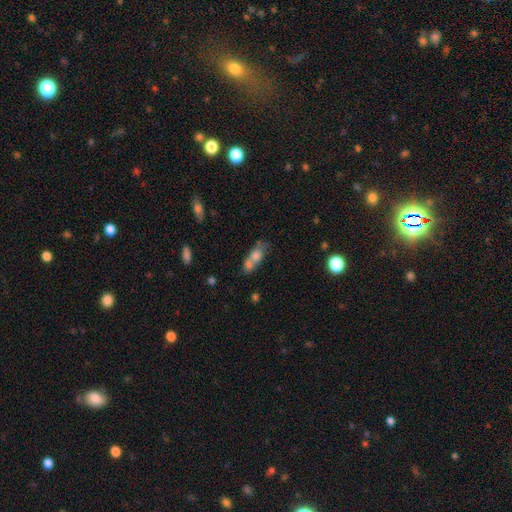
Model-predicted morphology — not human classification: Q: Smooth or featured?
A: smooth (68%); runner-up: featured or disk (21%)
Q: How rounded?
A: in between (59%); runner-up: round (27%)
Q: Merging?
A: merger (62%); runner-up: none (23%)